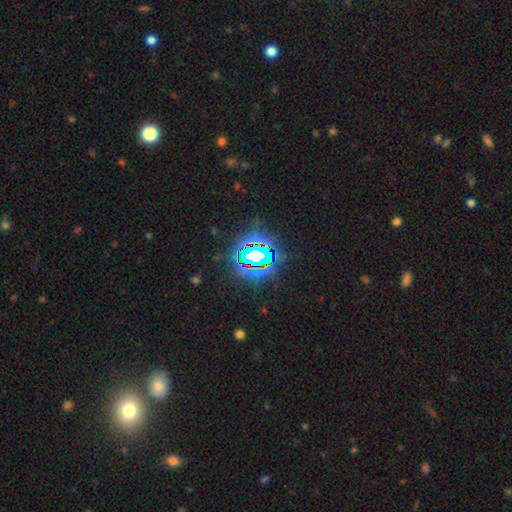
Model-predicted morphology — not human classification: A star or artifact, not a galaxy (76%).